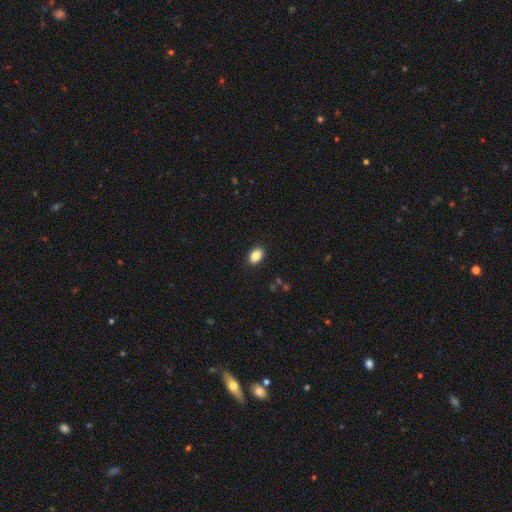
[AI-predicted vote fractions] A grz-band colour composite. It shows a smooth galaxy with no disk features (87%) that is in between round and cigar-shaped (87%). Merging: none (90%).